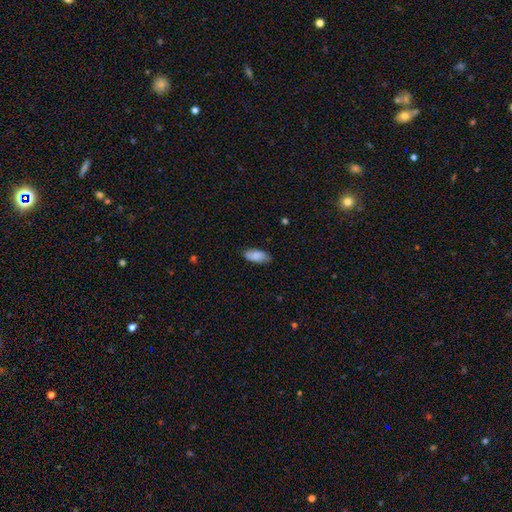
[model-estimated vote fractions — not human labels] Morphology: type=smooth (82%); roundness=in between (88%); merging=none (81%).